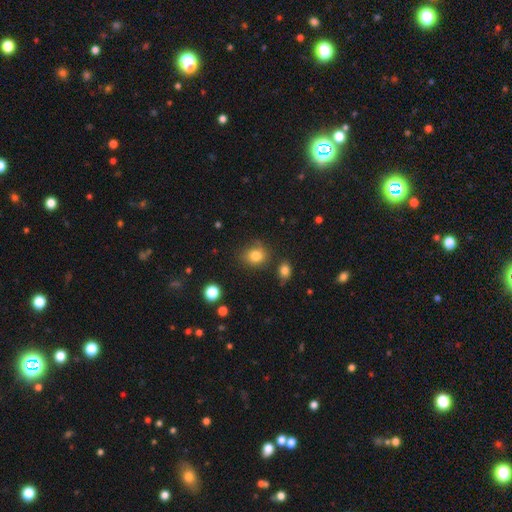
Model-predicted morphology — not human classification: Smooth or featured: smooth — 81% (star or artifact — 12%)
How rounded: round — 73% (in between — 26%)
Merging: none — 76% (minor disturbance — 15%)